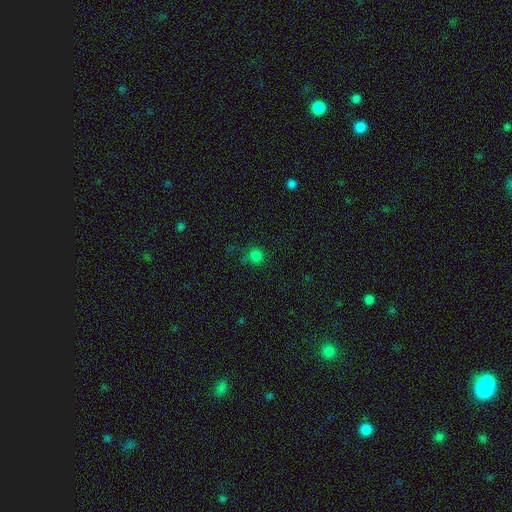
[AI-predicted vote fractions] The model was most divided on "merging": none: 71%, minor disturbance: 16%, major disturbance: 7%, merger: 6%. More confident: how rounded — round (90%); smooth or featured — smooth (76%).